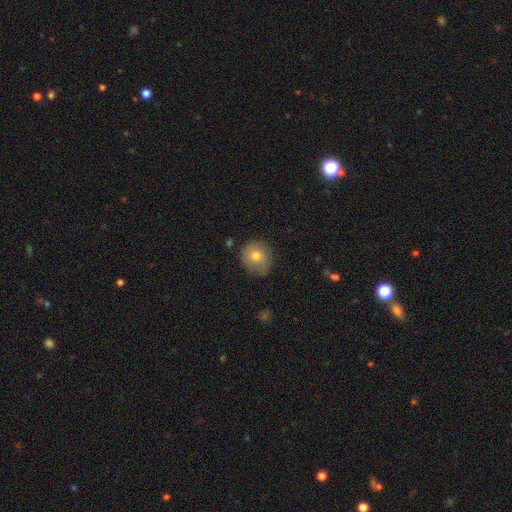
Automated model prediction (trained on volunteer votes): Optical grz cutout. It shows a smooth galaxy with no disk features (77%) that is round (85%). Merging: none (75%).